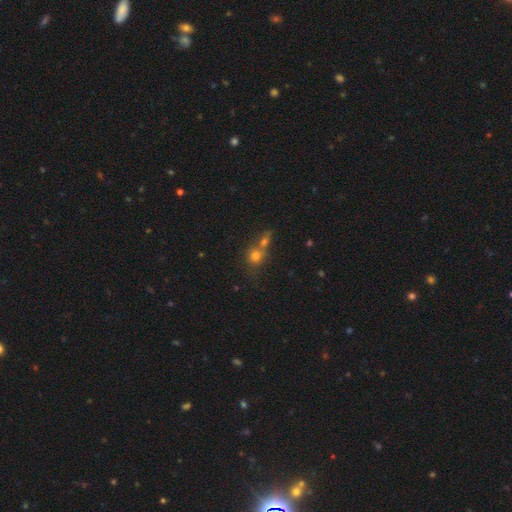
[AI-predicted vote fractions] This is likely a smooth galaxy (73%). How rounded: clearly round (81%). Merging: possibly merger (50%).